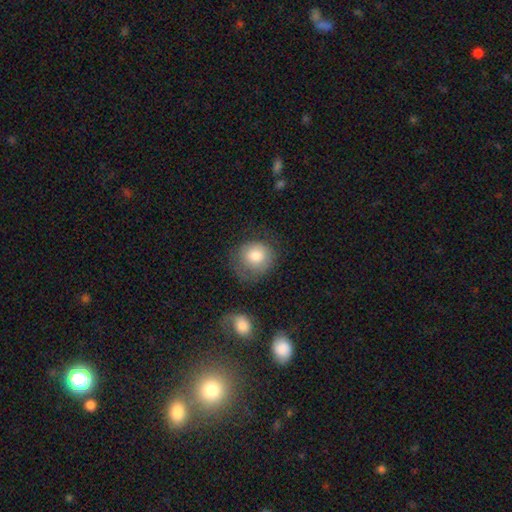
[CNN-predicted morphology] smooth-or-featured: smooth: 79% | featured or disk: 14% | star or artifact: 8%
  how-rounded: round: 82% | in between: 18% | cigar-shaped: 1%
  merging: none: 56% | minor disturbance: 24% | major disturbance: 15% | merger: 4%